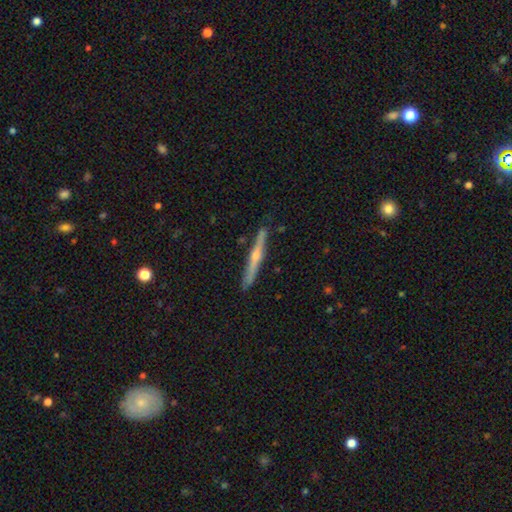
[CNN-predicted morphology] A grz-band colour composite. It shows a featured or disk galaxy (69%) viewed edge-on (98%) with a rounded central bulge (83%). Merging: none (89%).